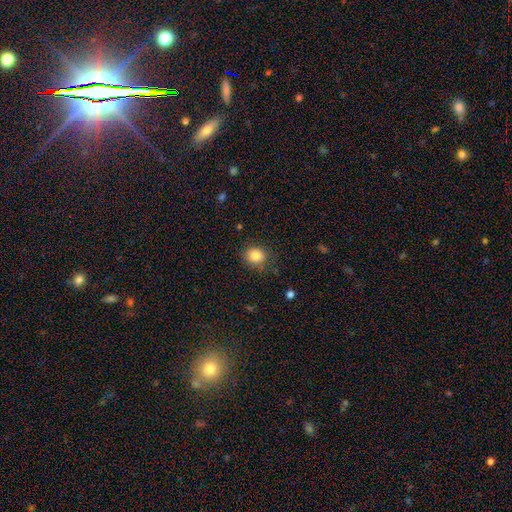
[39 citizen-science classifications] Smooth or featured? smooth (85%)
How rounded? round (85%)
Merging? none (72%)